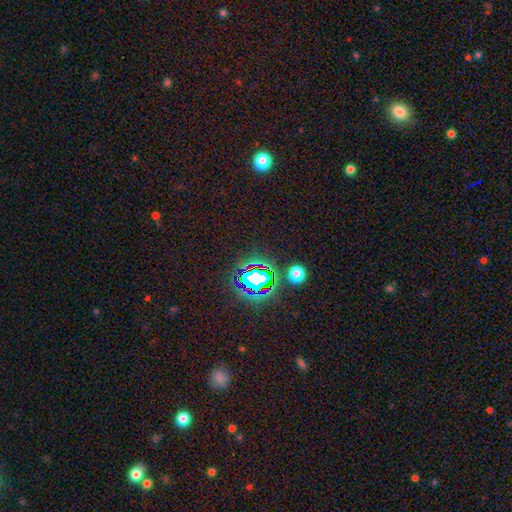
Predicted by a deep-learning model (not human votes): Smooth or featured?
  - star or artifact: 79% *
  - smooth: 14%
  - featured or disk: 7%